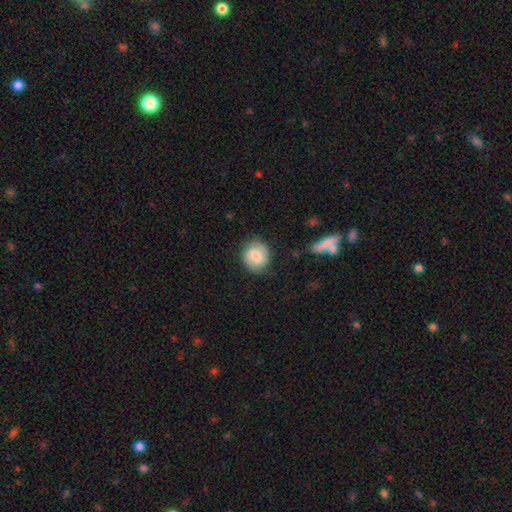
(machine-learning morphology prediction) Overall: smooth (54%; featured or disk 39%). How rounded: round (77%). Merging: none (80%).